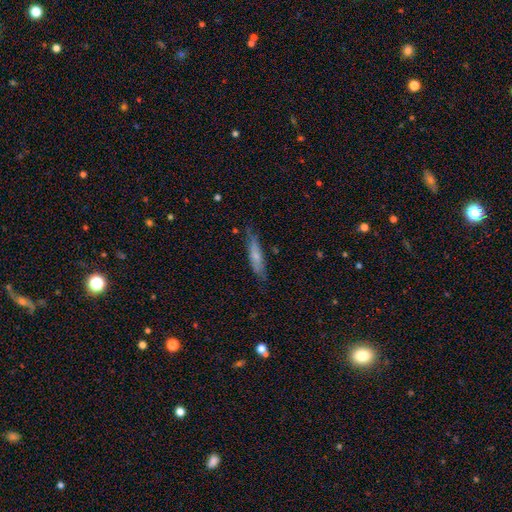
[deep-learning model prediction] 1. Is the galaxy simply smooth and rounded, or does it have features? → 60% smooth, 33% featured or disk, 7% star or artifact.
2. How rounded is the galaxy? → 78% cigar-shaped, 20% in between, 2% round.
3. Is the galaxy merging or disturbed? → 75% none, 19% minor disturbance, 4% major disturbance, 2% merger.